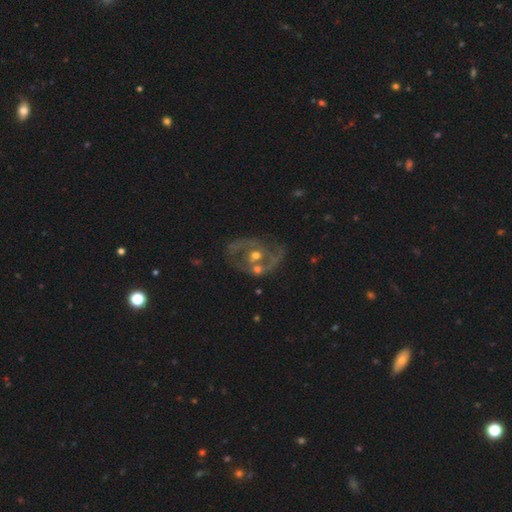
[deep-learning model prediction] A featured or disk galaxy (76%) with no bar (67%), spiral arms (61%) and a moderate central bulge (69%). Merging: none (46%).